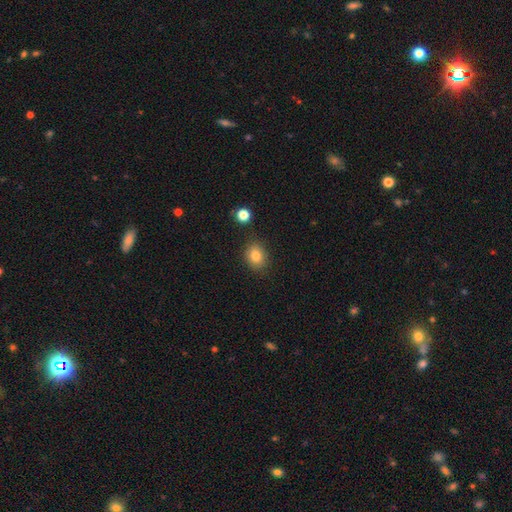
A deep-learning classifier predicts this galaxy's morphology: Smooth or featured? smooth (82%)
How rounded? round (53%)
Merging? none (83%)